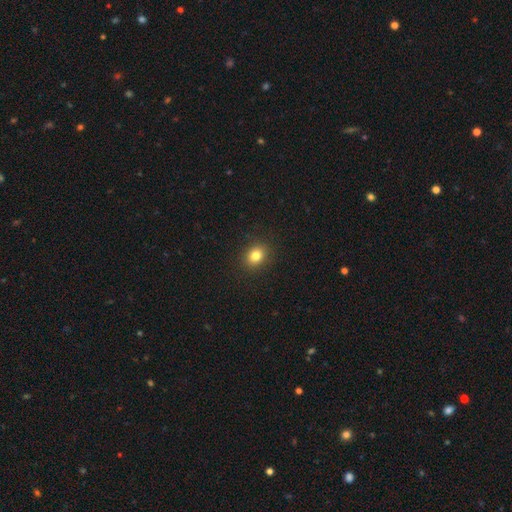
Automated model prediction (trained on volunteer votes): Smooth or featured?
  - smooth: 82% *
  - star or artifact: 11%
  - featured or disk: 6%
How rounded?
  - round: 54% *
  - in between: 45%
  - cigar-shaped: 1%
Merging?
  - none: 90% *
  - minor disturbance: 7%
  - major disturbance: 2%
  - merger: 1%